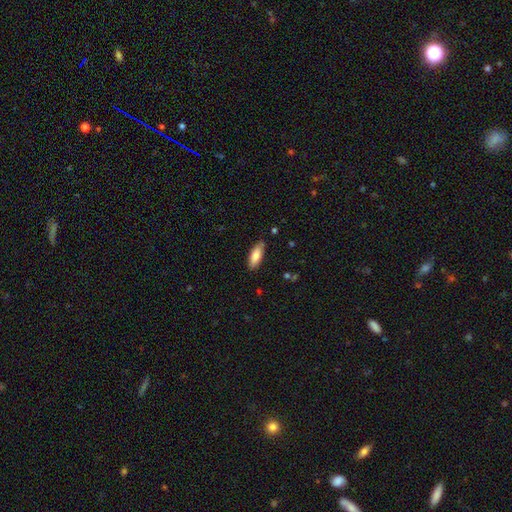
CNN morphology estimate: This appears to be a smooth galaxy with no disk features (82%) that is in between round and cigar-shaped (75%). Merging: none (83%).